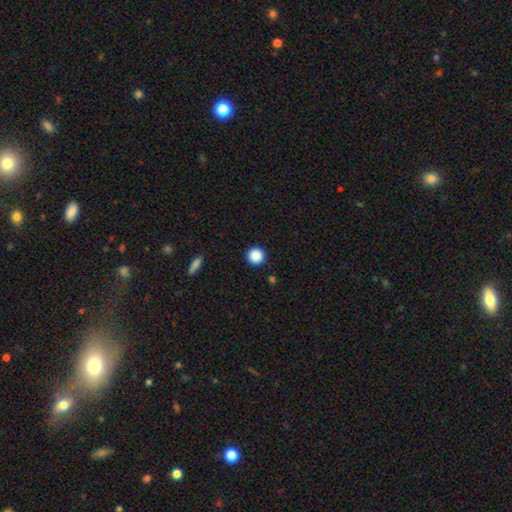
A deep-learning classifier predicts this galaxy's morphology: Smooth or featured?
  - smooth: 88% *
  - star or artifact: 9%
  - featured or disk: 3%
How rounded?
  - round: 96% *
  - in between: 3%
  - cigar-shaped: 1%
Merging?
  - none: 92% *
  - minor disturbance: 5%
  - major disturbance: 2%
  - merger: 1%